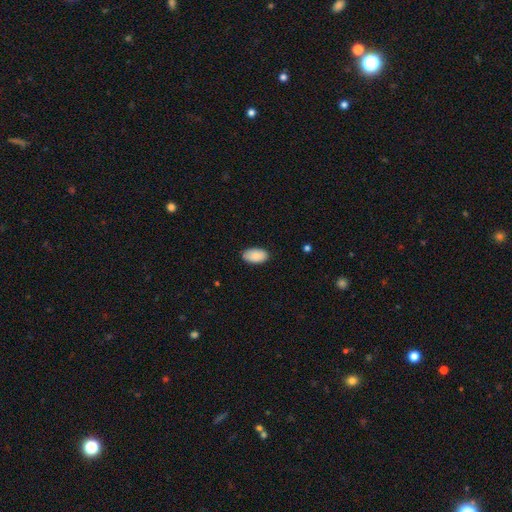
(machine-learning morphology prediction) The model was most divided on "merging": none: 86%, minor disturbance: 11%, major disturbance: 2%, merger: 1%. More confident: how rounded — in between (95%); smooth or featured — smooth (89%).